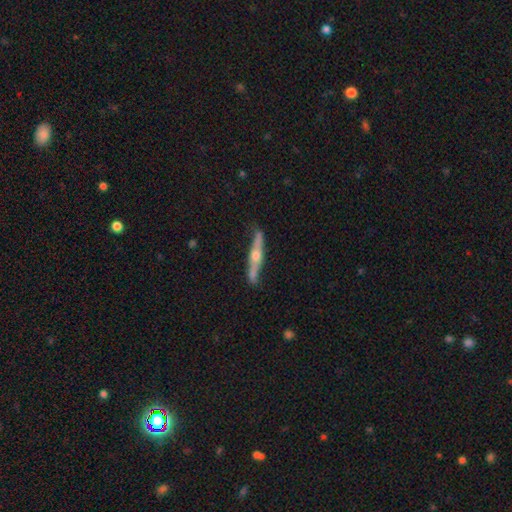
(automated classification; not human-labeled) A featured or disk galaxy (71%) viewed edge-on (93%) with a rounded central bulge (89%).

Vote fractions:
- Smooth or featured? featured or disk: 71% / smooth: 22% / star or artifact: 7%
- Edge-on disk? yes: 93% / no: 7%
- Edge-on bulge? rounded: 89% / none: 7% / boxy: 4%
- Merging? none: 82% / minor disturbance: 13% / major disturbance: 3% / merger: 2%